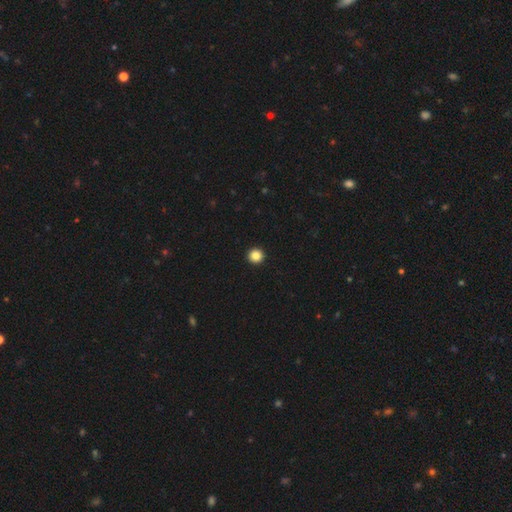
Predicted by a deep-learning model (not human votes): Smooth or featured: smooth — 86% (star or artifact — 11%)
How rounded: round — 96% (in between — 3%)
Merging: none — 95% (minor disturbance — 3%)